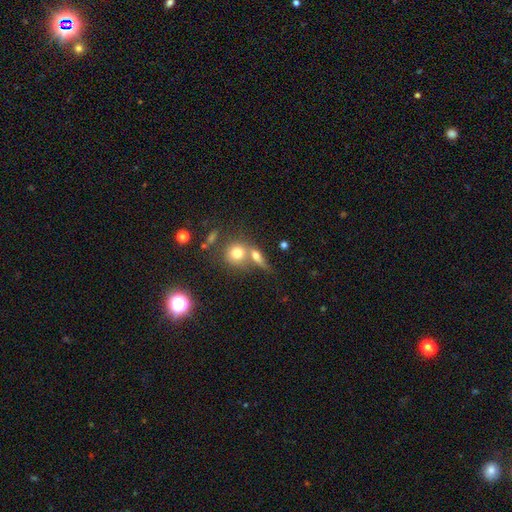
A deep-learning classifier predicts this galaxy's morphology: Smooth or featured?
  - smooth: 63% *
  - featured or disk: 24%
  - star or artifact: 13%
How rounded?
  - round: 44% *
  - in between: 38%
  - cigar-shaped: 19%
Merging?
  - none: 43% *
  - merger: 39%
  - minor disturbance: 11%
  - major disturbance: 7%